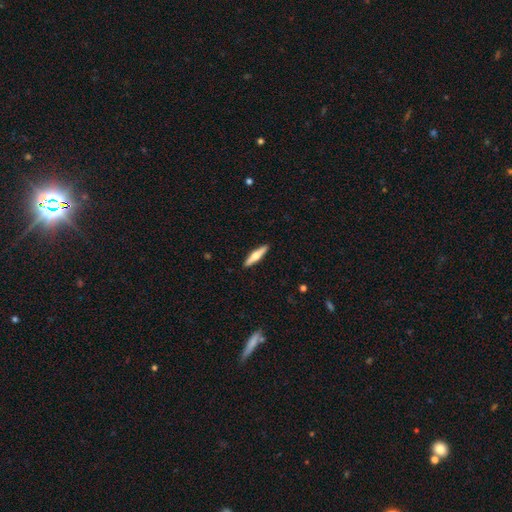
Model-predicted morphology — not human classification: Overall: smooth (52%; featured or disk 42%). How rounded: cigar-shaped (83%). Merging: none (91%).